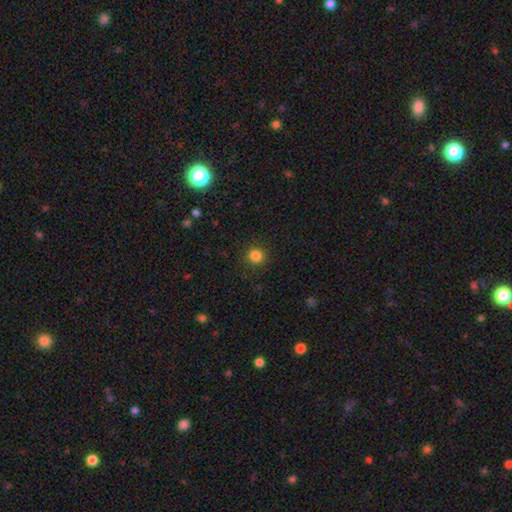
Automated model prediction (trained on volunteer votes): Smooth or featured: smooth — 84% (star or artifact — 12%)
How rounded: round — 92% (in between — 7%)
Merging: none — 90% (minor disturbance — 6%)